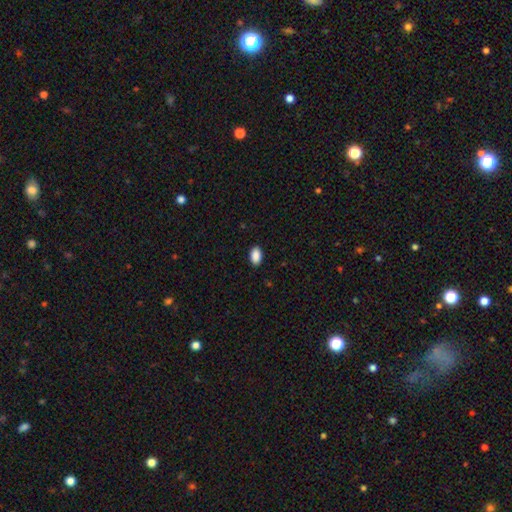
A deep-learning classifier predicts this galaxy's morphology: smooth-or-featured: smooth: 90% | star or artifact: 7% | featured or disk: 3%
  how-rounded: in between: 93% | round: 6% | cigar-shaped: 1%
  merging: none: 90% | minor disturbance: 8% | major disturbance: 2% | merger: 1%